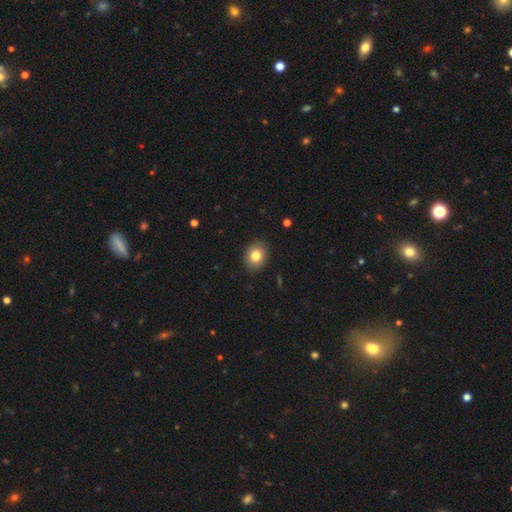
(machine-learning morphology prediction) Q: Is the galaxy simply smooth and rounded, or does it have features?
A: smooth — 81%.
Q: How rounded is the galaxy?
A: in between — 50%.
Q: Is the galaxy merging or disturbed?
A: none — 89%.